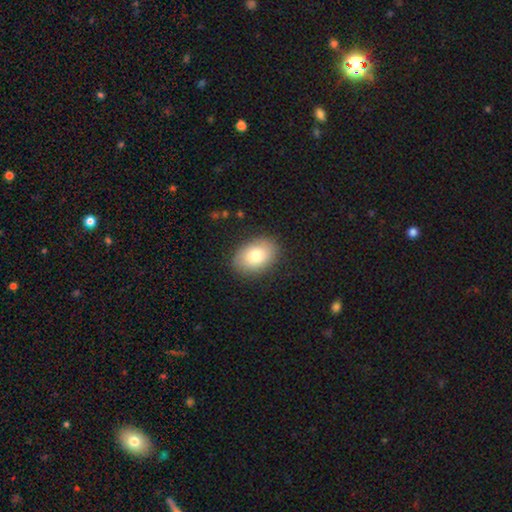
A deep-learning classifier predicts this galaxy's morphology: This appears to be a smooth galaxy with no disk features (82%) that is in between round and cigar-shaped (81%). Merging: none (86%).